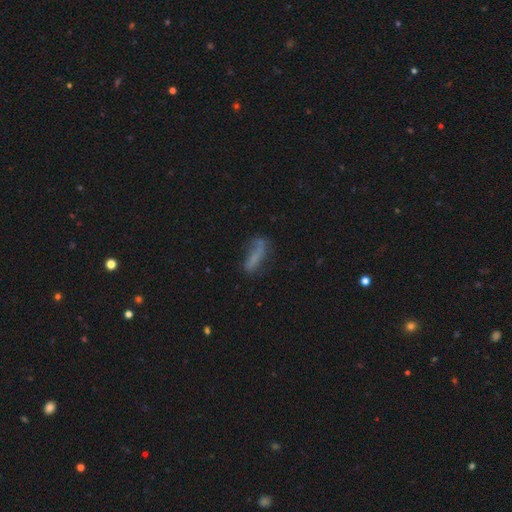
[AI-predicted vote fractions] A smooth galaxy with no disk features (59%) that is cigar-shaped (61%).

Vote fractions:
- Smooth or featured? smooth: 59% / featured or disk: 27% / star or artifact: 13%
- How rounded? cigar-shaped: 61% / in between: 36% / round: 3%
- Merging? none: 46% / minor disturbance: 26% / major disturbance: 21% / merger: 7%